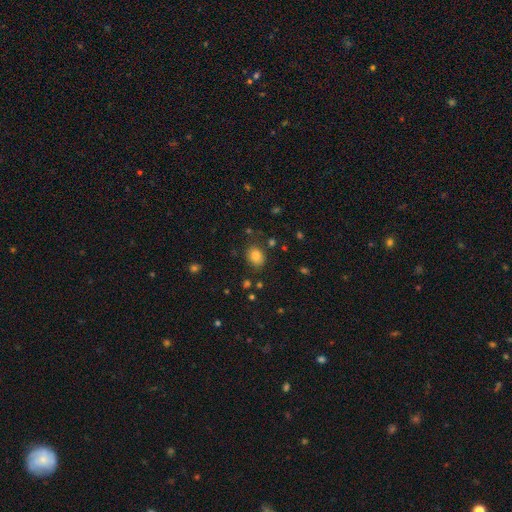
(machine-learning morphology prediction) This appears to be a smooth galaxy with no disk features (80%) that is in between round and cigar-shaped (50%). Merging: none (81%).